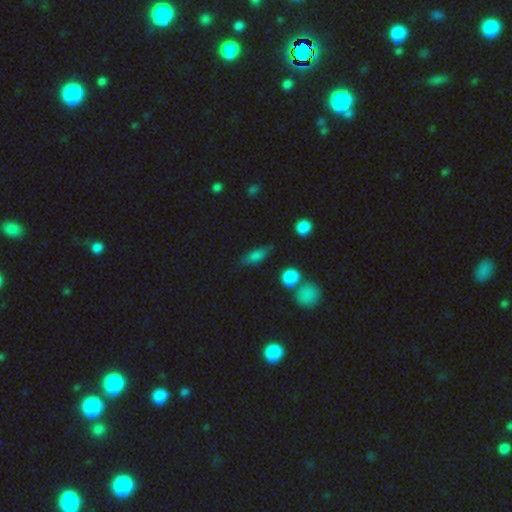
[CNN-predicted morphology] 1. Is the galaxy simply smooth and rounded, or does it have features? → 74% smooth, 15% featured or disk, 11% star or artifact.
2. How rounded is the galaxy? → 65% in between, 27% cigar-shaped, 8% round.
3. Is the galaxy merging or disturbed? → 72% none, 18% minor disturbance, 5% major disturbance, 5% merger.